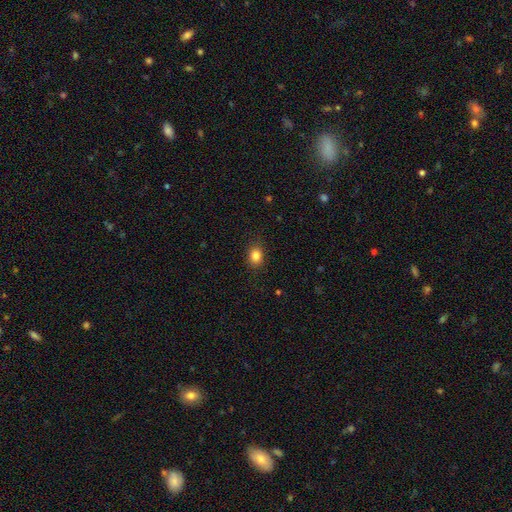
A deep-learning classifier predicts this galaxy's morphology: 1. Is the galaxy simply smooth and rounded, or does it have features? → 84% smooth, 11% star or artifact, 5% featured or disk.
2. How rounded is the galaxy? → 51% round, 47% in between, 1% cigar-shaped.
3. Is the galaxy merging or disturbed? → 86% none, 10% minor disturbance, 3% major disturbance, 1% merger.